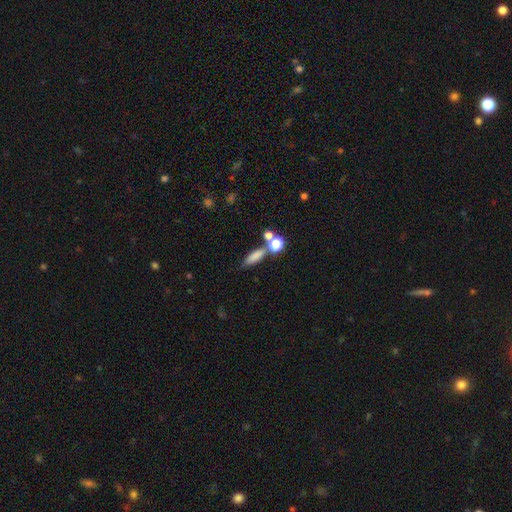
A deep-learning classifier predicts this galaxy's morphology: smooth-or-featured: smooth: 75% | star or artifact: 14% | featured or disk: 12%
  how-rounded: cigar-shaped: 46% | in between: 42% | round: 12%
  merging: none: 59% | merger: 22% | minor disturbance: 13% | major disturbance: 6%